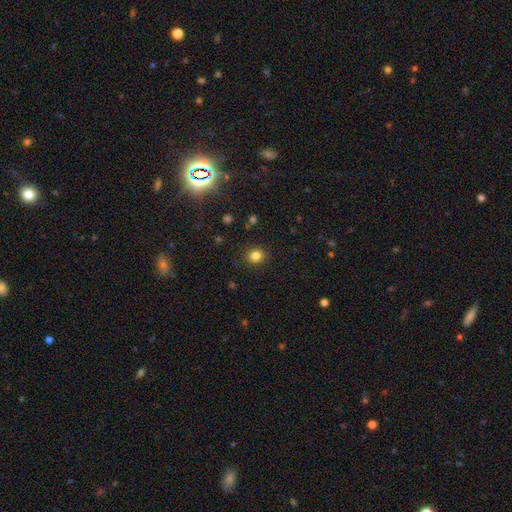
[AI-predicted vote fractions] Q: Smooth or featured?
A: smooth (82%); runner-up: star or artifact (12%)
Q: How rounded?
A: round (76%); runner-up: in between (23%)
Q: Merging?
A: none (88%); runner-up: minor disturbance (8%)